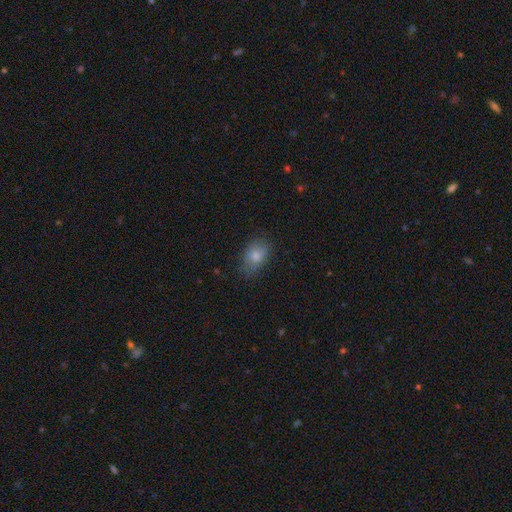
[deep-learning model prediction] Smooth or featured?
  - smooth: 77% *
  - featured or disk: 14%
  - star or artifact: 9%
How rounded?
  - in between: 82% *
  - round: 17%
  - cigar-shaped: 2%
Merging?
  - none: 70% *
  - minor disturbance: 23%
  - major disturbance: 6%
  - merger: 1%